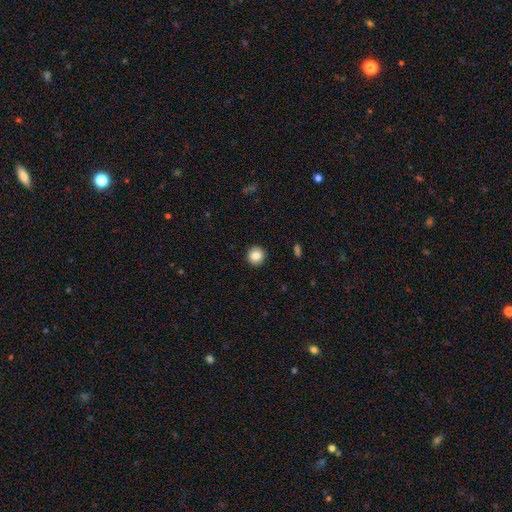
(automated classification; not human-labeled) A smooth galaxy with no disk features (84%) that is round (94%).

Vote fractions:
- Smooth or featured? smooth: 84% / star or artifact: 9% / featured or disk: 7%
- How rounded? round: 94% / in between: 5% / cigar-shaped: 1%
- Merging? none: 92% / minor disturbance: 5% / major disturbance: 2% / merger: 1%